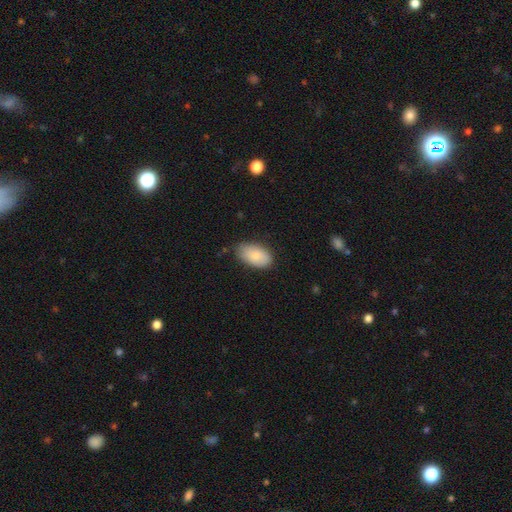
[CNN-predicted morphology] A smooth galaxy with no disk features (84%) that is in between round and cigar-shaped (94%).

Vote fractions:
- Smooth or featured? smooth: 84% / featured or disk: 9% / star or artifact: 7%
- How rounded? in between: 94% / round: 5% / cigar-shaped: 2%
- Merging? none: 75% / minor disturbance: 21% / major disturbance: 3% / merger: 1%